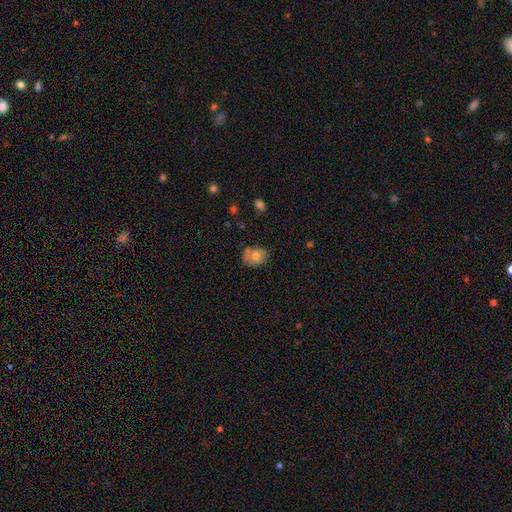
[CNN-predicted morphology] smooth 62%, featured or disk 29%, star or artifact 9%. Down the decision tree: how rounded — in between (53%); merging — none (64%).